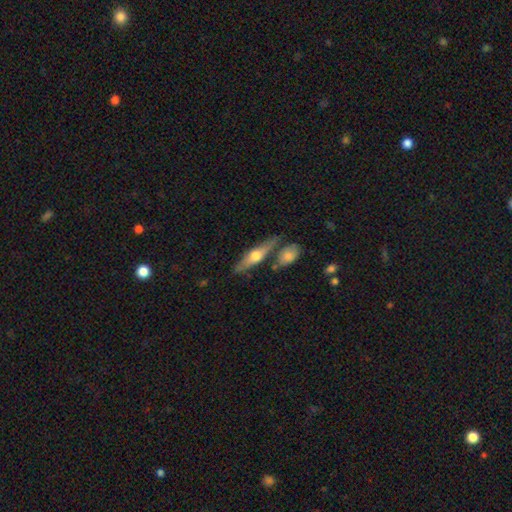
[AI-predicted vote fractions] Smooth or featured? Predicted: featured or disk (p=0.62). Edge-on disk? Predicted: yes (p=0.93). Edge-on bulge? Predicted: rounded (p=0.94). Merging? Predicted: none (p=0.74).